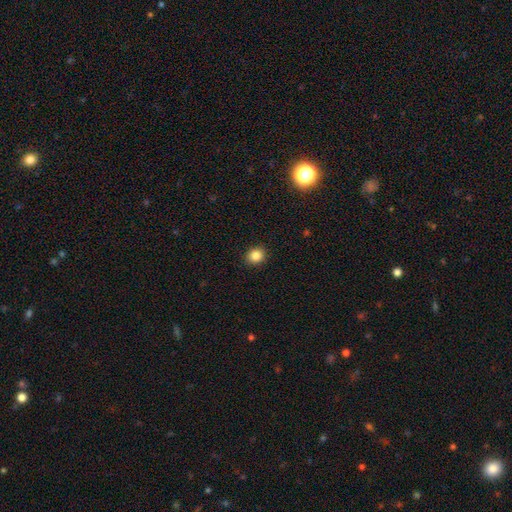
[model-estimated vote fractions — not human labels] Smooth or featured? Predicted: smooth (p=0.85). How rounded? Predicted: round (p=0.79). Merging? Predicted: none (p=0.92).